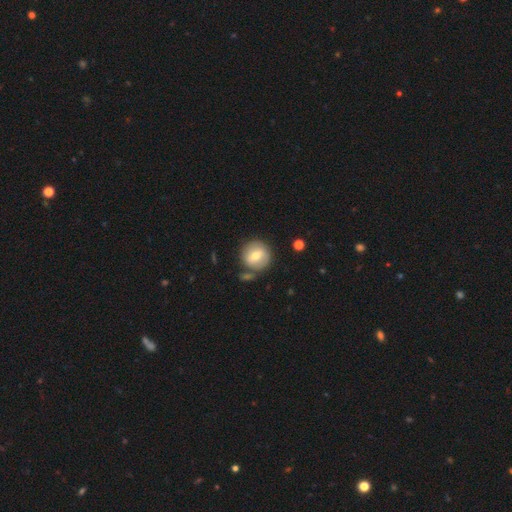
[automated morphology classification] The model was most divided on "smooth or featured": smooth: 65%, featured or disk: 27%, star or artifact: 8%. More confident: how rounded — round (93%); merging — none (73%).